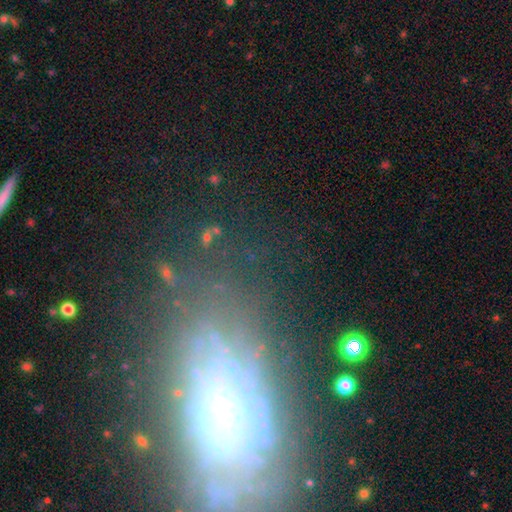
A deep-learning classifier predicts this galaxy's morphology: This is likely a featured or disk galaxy (63%). It is clearly not viewed edge-on (84%). Bar: likely no (76%). Spiral arm pattern: possibly yes (54%). Central bulge: marginally moderate (41%). Merging: likely none (66%).